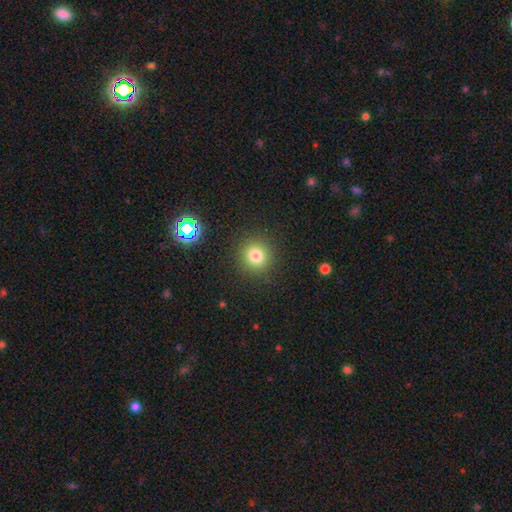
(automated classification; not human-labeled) smooth 77%, star or artifact 15%, featured or disk 7%. Down the decision tree: how rounded — round (90%); merging — none (89%).